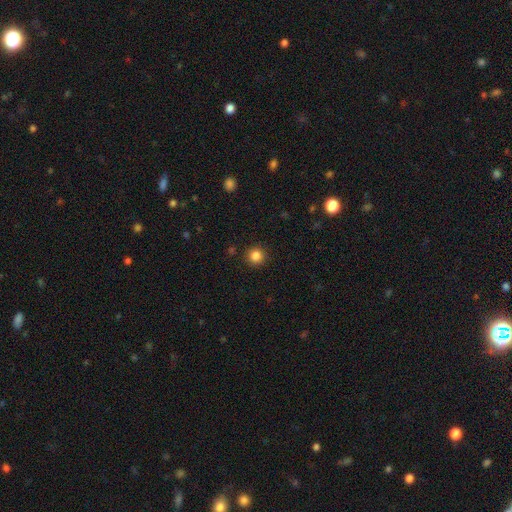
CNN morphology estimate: This is clearly a smooth galaxy (84%). How rounded: clearly round (95%). Merging: clearly none (92%).